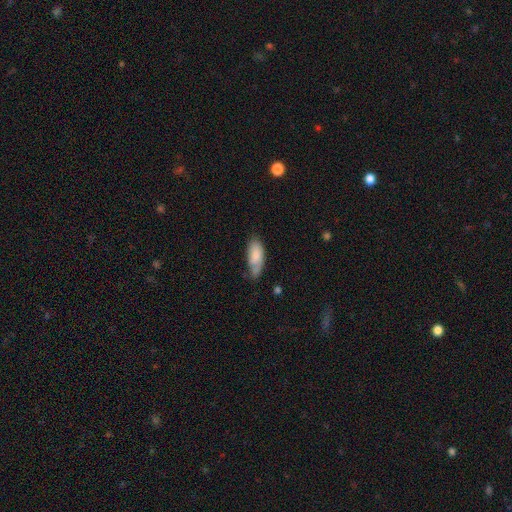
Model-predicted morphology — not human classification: Overall: smooth (78%). How rounded: in between (82%). Merging: none (52%; minor disturbance 35%).